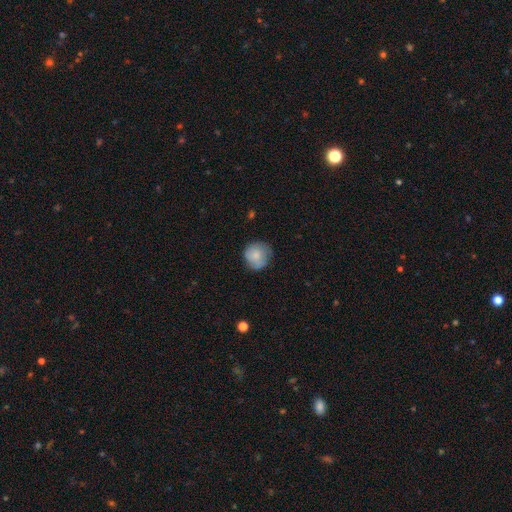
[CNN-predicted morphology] smooth_or_featured: smooth (p=0.79) [alt: featured or disk p=0.14]
how_rounded: round (p=0.90) [alt: in between p=0.09]
merging: none (p=0.72) [alt: minor disturbance p=0.22]